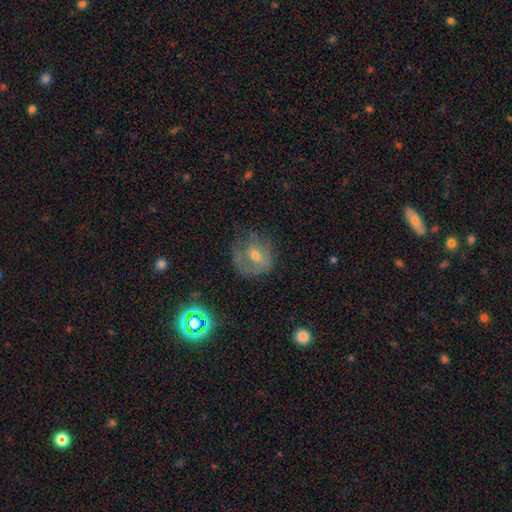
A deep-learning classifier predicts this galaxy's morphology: This appears to be a featured or disk galaxy (51%). Merging: none (55%).